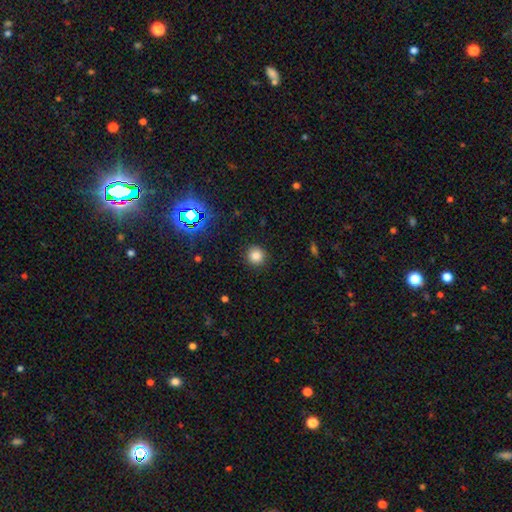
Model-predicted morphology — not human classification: A smooth galaxy with no disk features (83%) that is round (92%).

Vote fractions:
- Smooth or featured? smooth: 83% / star or artifact: 13% / featured or disk: 4%
- How rounded? round: 92% / in between: 7% / cigar-shaped: 1%
- Merging? none: 90% / minor disturbance: 6% / major disturbance: 2% / merger: 1%